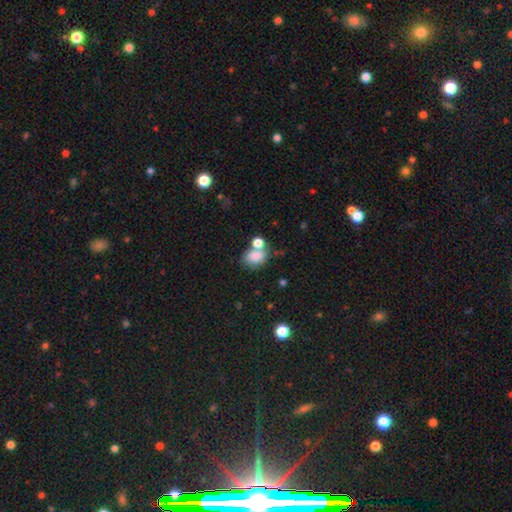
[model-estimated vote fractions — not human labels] This is likely a smooth galaxy (79%). How rounded: likely in between (67%). Merging: marginally none (41%).